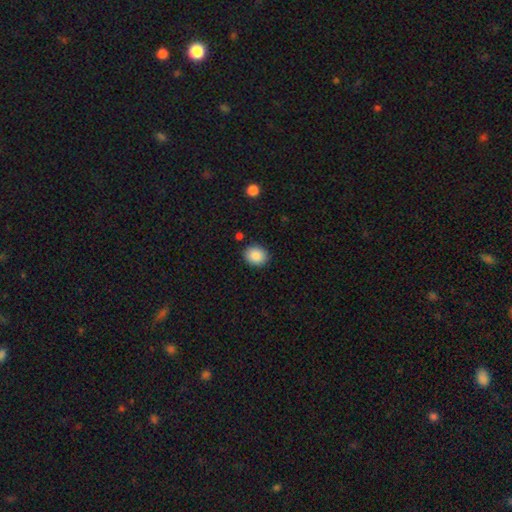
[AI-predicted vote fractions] Smooth or featured?
  - smooth: 87% *
  - star or artifact: 8%
  - featured or disk: 5%
How rounded?
  - round: 65% *
  - in between: 34%
  - cigar-shaped: 1%
Merging?
  - none: 88% *
  - minor disturbance: 8%
  - major disturbance: 2%
  - merger: 2%